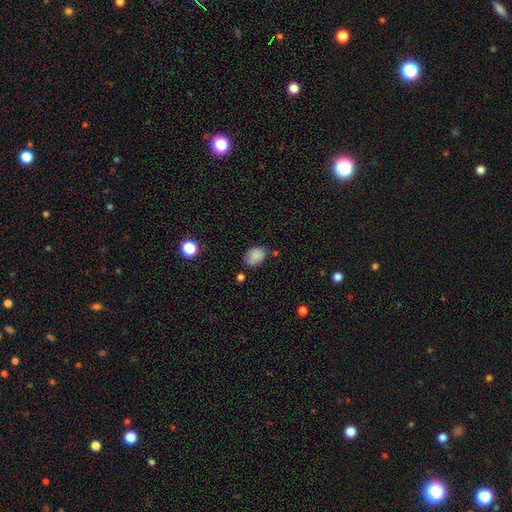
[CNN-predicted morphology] Smooth or featured: smooth — 82% (star or artifact — 10%)
How rounded: in between — 71% (round — 27%)
Merging: none — 63% (minor disturbance — 24%)